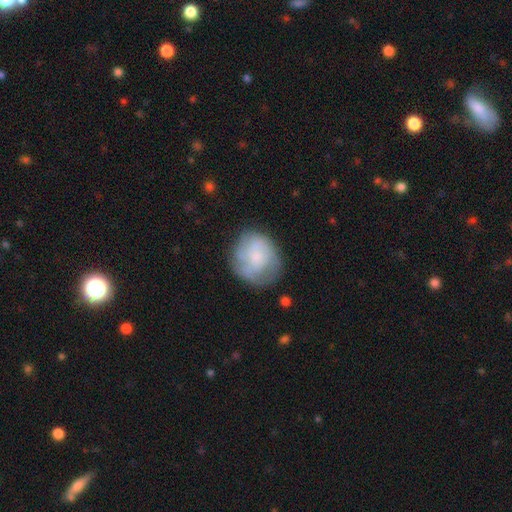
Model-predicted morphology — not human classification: smooth-or-featured: smooth: 55% | featured or disk: 37% | star or artifact: 8%
  how-rounded: round: 71% | in between: 28% | cigar-shaped: 1%
  merging: none: 64% | minor disturbance: 23% | major disturbance: 10% | merger: 2%